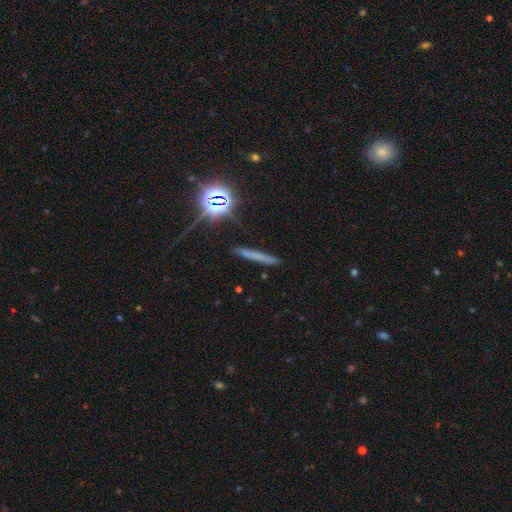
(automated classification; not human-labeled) A smooth galaxy with no disk features (52%) that is cigar-shaped (93%). Merging: none (86%).